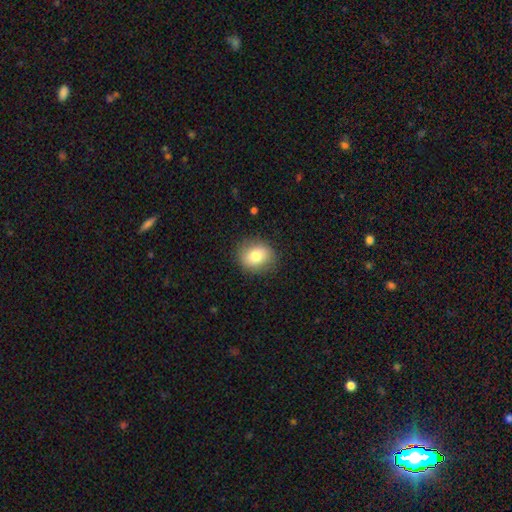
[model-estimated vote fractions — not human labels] Smooth or featured? Predicted: smooth (p=0.79). How rounded? Predicted: round (p=0.67). Merging? Predicted: none (p=0.86).